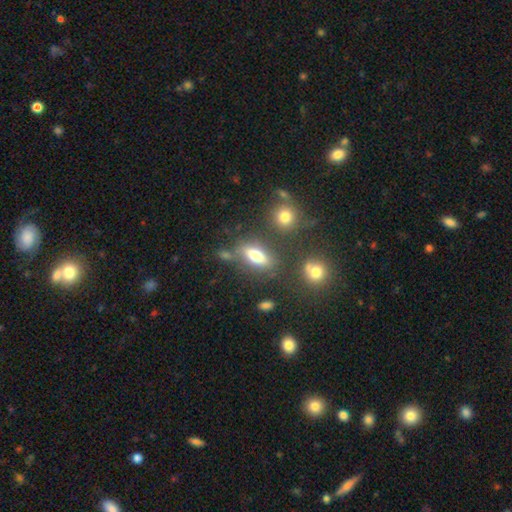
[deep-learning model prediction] Overall: smooth (68%). How rounded: in between (73%). Merging: none (68%).